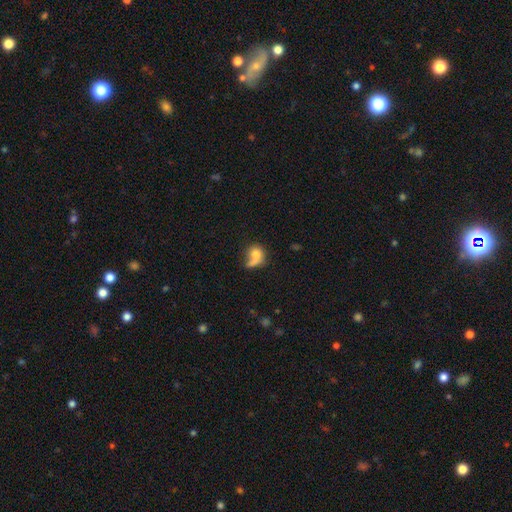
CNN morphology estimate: This appears to be a smooth galaxy with no disk features (74%) that is round (65%). Merging: none (35%).